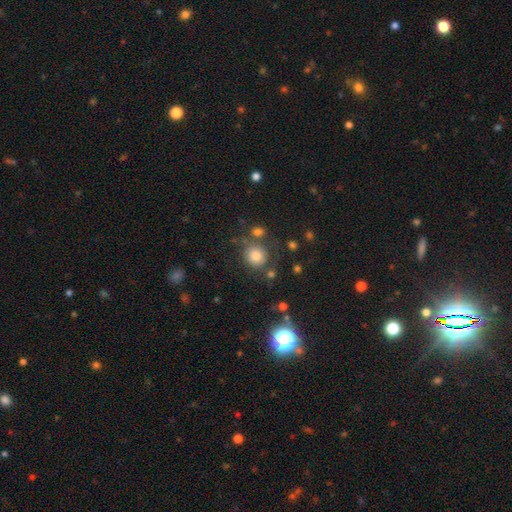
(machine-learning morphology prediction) This appears to be a smooth galaxy with no disk features (79%) that is round (86%). Merging: none (74%).